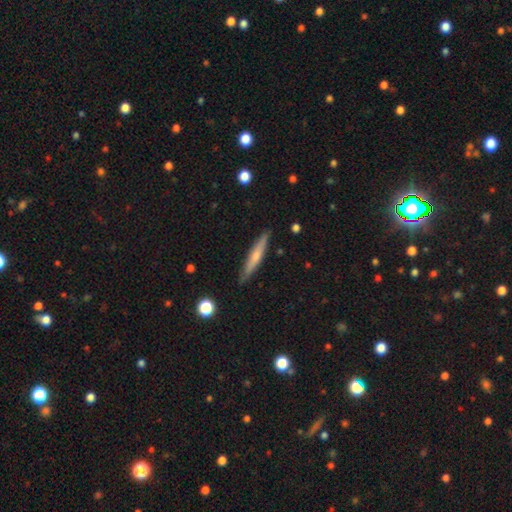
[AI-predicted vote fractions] A smooth galaxy with no disk features (55%) that is cigar-shaped (92%). Merging: none (87%).